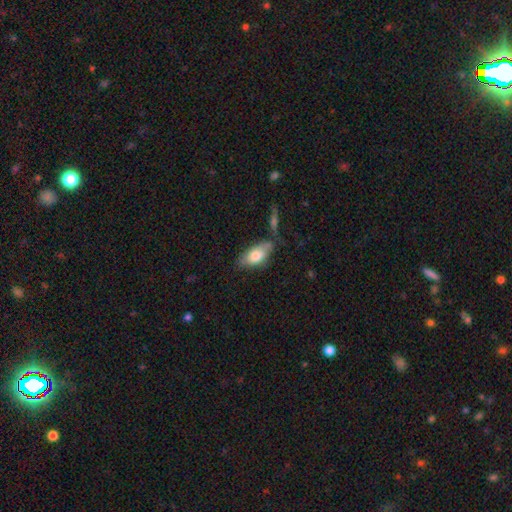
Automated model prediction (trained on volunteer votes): Overall: smooth (72%). How rounded: in between (89%). Merging: none (53%; minor disturbance 26%).